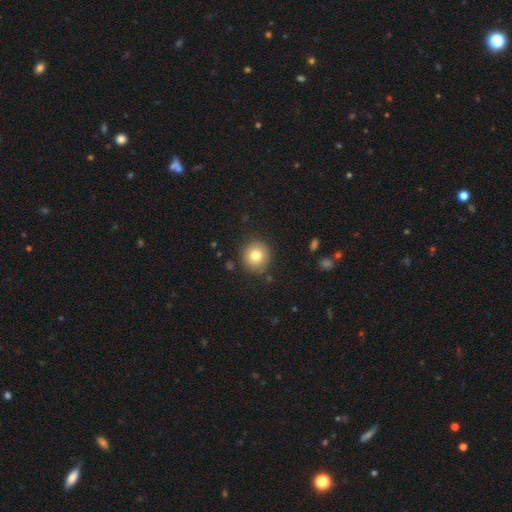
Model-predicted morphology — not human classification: Smooth or featured: smooth — 78% (featured or disk — 12%)
How rounded: round — 90% (in between — 9%)
Merging: none — 87% (minor disturbance — 9%)